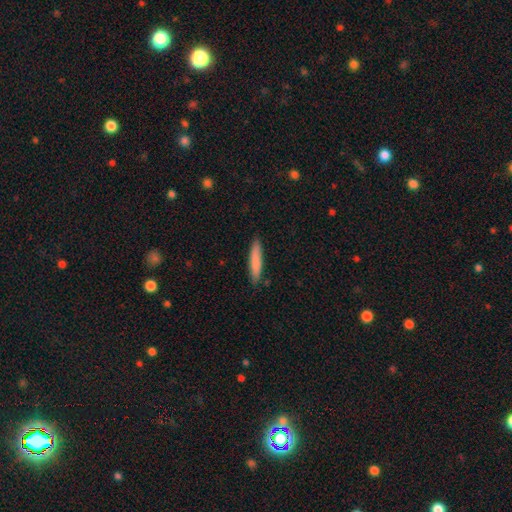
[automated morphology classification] Smooth or featured?
  - smooth: 80% *
  - featured or disk: 14%
  - star or artifact: 6%
How rounded?
  - cigar-shaped: 91% *
  - in between: 8%
  - round: 1%
Merging?
  - none: 89% *
  - minor disturbance: 8%
  - major disturbance: 2%
  - merger: 1%